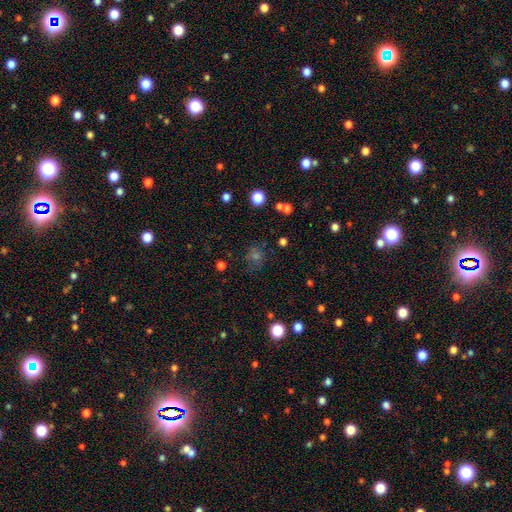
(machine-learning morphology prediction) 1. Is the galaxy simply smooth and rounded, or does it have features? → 48% smooth, 37% star or artifact, 16% featured or disk.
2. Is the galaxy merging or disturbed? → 76% none, 14% minor disturbance, 7% major disturbance, 3% merger.